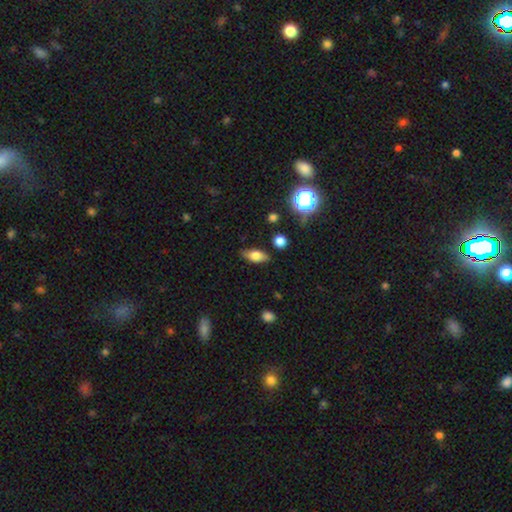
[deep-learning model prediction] smooth_or_featured: smooth (p=0.68) [alt: featured or disk p=0.23]
how_rounded: in between (p=0.79) [alt: cigar-shaped p=0.14]
merging: none (p=0.81) [alt: minor disturbance p=0.14]